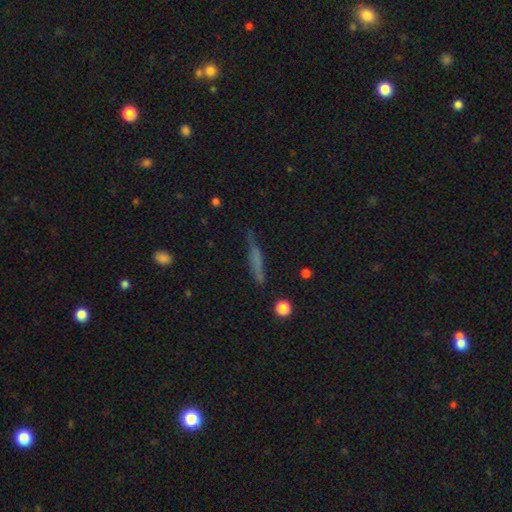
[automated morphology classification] This appears to be a smooth galaxy with no disk features (54%) that is cigar-shaped (90%). Merging: none (74%).